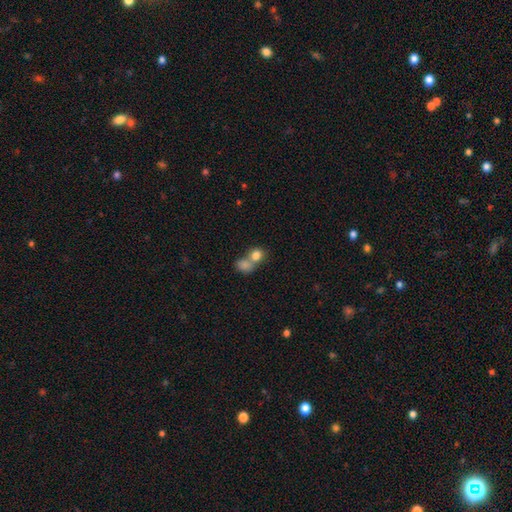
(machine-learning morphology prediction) Q: Smooth or featured?
A: smooth (80%); runner-up: star or artifact (10%)
Q: How rounded?
A: round (67%); runner-up: in between (32%)
Q: Merging?
A: merger (63%); runner-up: none (28%)